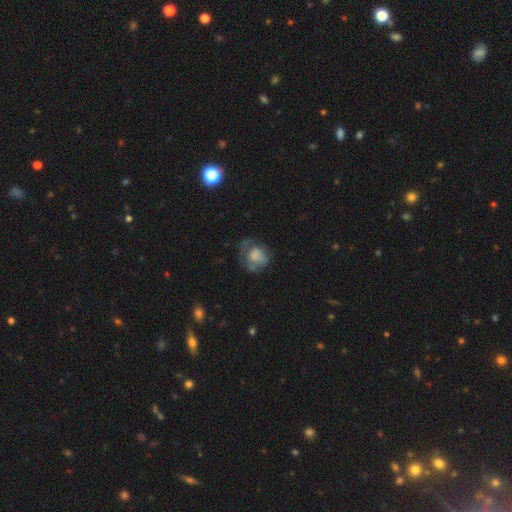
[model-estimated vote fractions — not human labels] Smooth or featured: smooth — 56% (featured or disk — 34%)
How rounded: round — 67% (in between — 32%)
Merging: none — 39% (major disturbance — 32%)